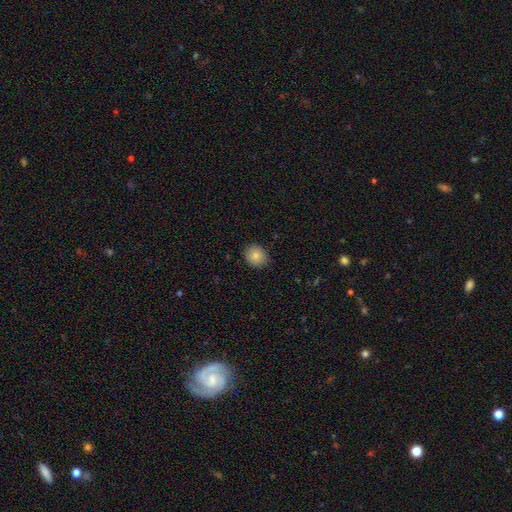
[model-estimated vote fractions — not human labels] Smooth or featured? Predicted: smooth (p=0.84). How rounded? Predicted: round (p=0.75). Merging? Predicted: none (p=0.85).